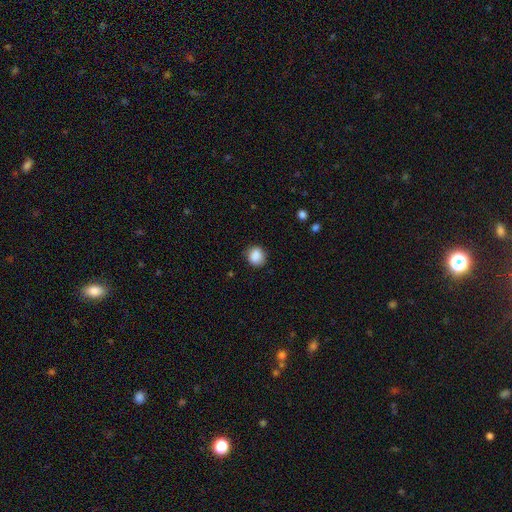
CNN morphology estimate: A smooth galaxy with no disk features (87%) that is round (77%). Merging: none (81%).